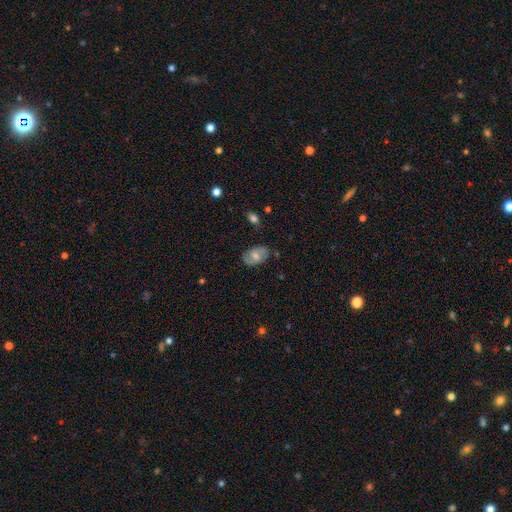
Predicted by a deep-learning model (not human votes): Q: Smooth or featured?
A: featured or disk (50%); runner-up: smooth (42%)
Q: Merging?
A: none (75%); runner-up: minor disturbance (18%)